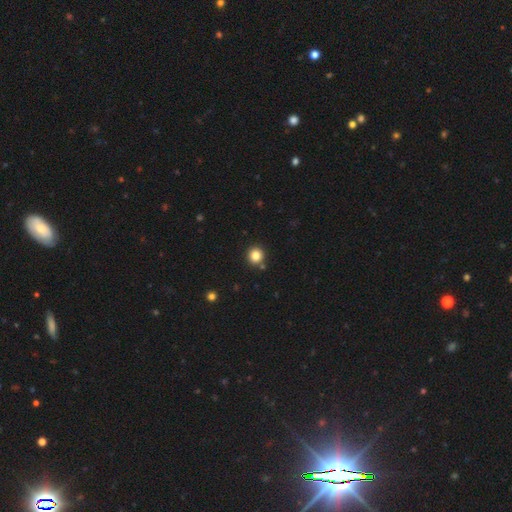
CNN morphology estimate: smooth_or_featured: smooth (p=0.82) [alt: star or artifact p=0.12]
how_rounded: round (p=0.93) [alt: in between p=0.06]
merging: none (p=0.87) [alt: minor disturbance p=0.06]